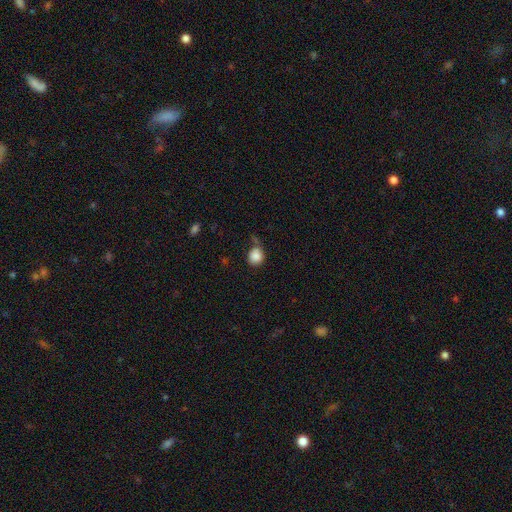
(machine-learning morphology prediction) smooth 86%, star or artifact 9%, featured or disk 5%. Down the decision tree: how rounded — round (84%); merging — none (58%).